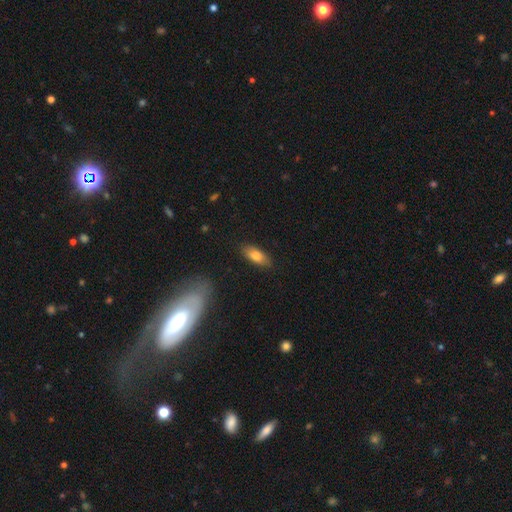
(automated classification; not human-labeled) Overall: smooth (80%). How rounded: in between (79%). Merging: none (84%).